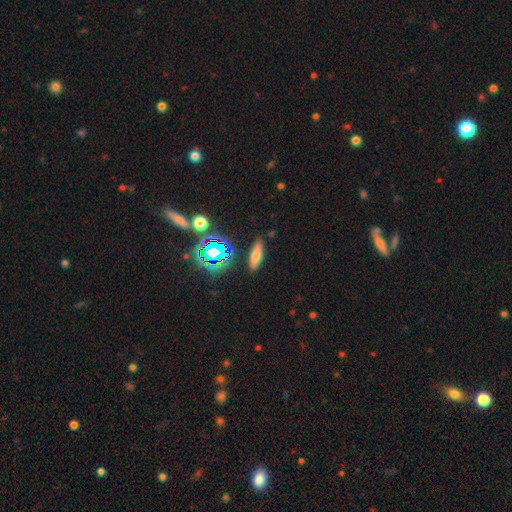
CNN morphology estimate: Smooth or featured: smooth — 61% (star or artifact — 21%)
How rounded: cigar-shaped — 51% (in between — 44%)
Merging: none — 85% (minor disturbance — 10%)